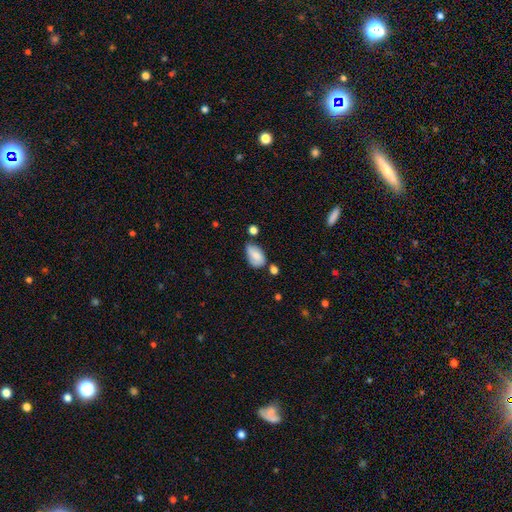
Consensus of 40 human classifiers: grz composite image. It shows a smooth galaxy with no disk features (75%) that is in between round and cigar-shaped (83%). Merging: minor disturbance (54%).